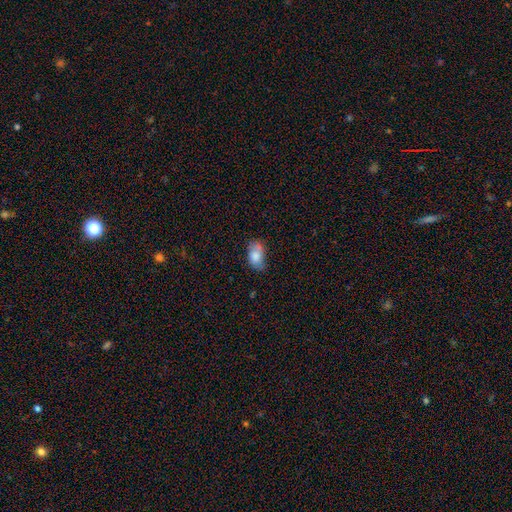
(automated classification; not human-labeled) smooth-or-featured: smooth: 77% | featured or disk: 15% | star or artifact: 8%
  how-rounded: in between: 86% | round: 12% | cigar-shaped: 2%
  merging: none: 50% | minor disturbance: 29% | merger: 13% | major disturbance: 9%